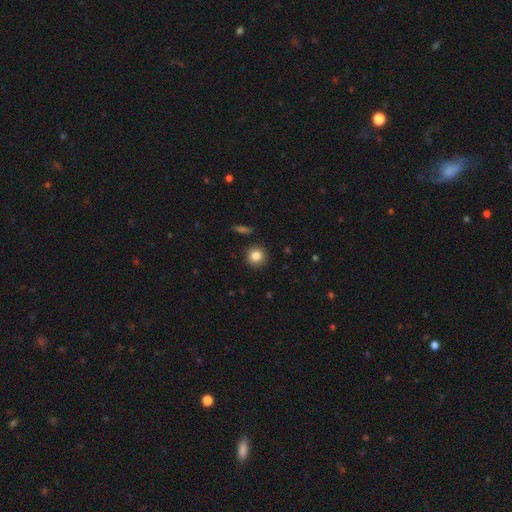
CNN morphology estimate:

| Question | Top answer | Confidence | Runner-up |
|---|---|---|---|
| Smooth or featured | smooth | 84% | star or artifact (10%) |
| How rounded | round | 92% | in between (7%) |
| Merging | none | 91% | minor disturbance (6%) |